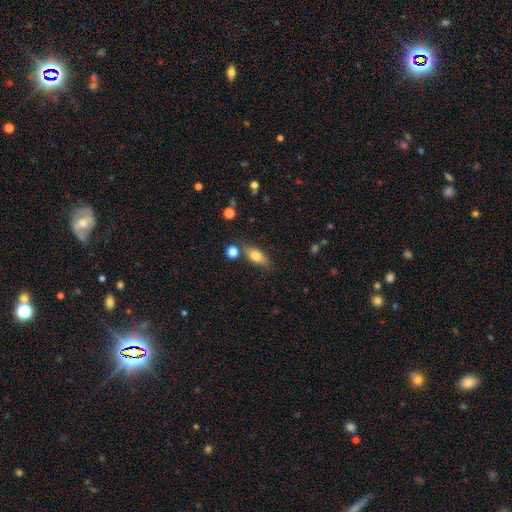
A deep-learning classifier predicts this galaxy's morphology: Overall: smooth (73%). How rounded: in between (75%). Merging: none (72%).